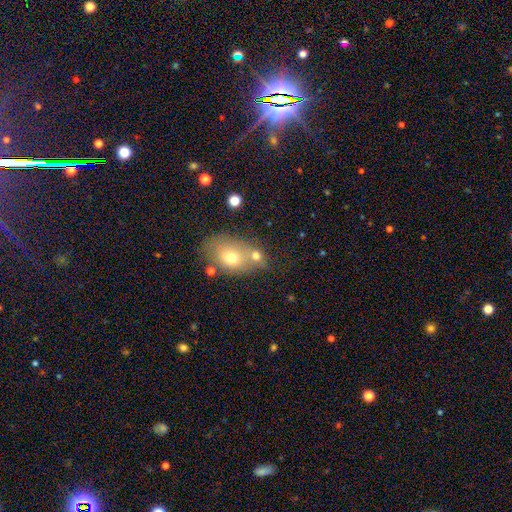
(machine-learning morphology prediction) Smooth or featured? Predicted: smooth (p=0.68). How rounded? Predicted: in between (p=0.55). Merging? Predicted: merger (p=0.43).